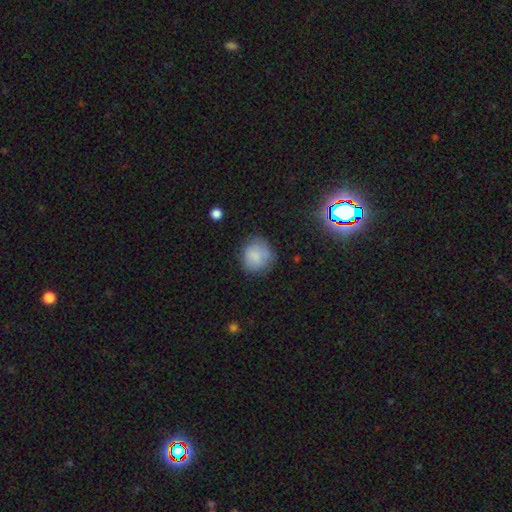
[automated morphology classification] This is likely a smooth galaxy (78%). How rounded: likely round (80%). Merging: likely none (64%).